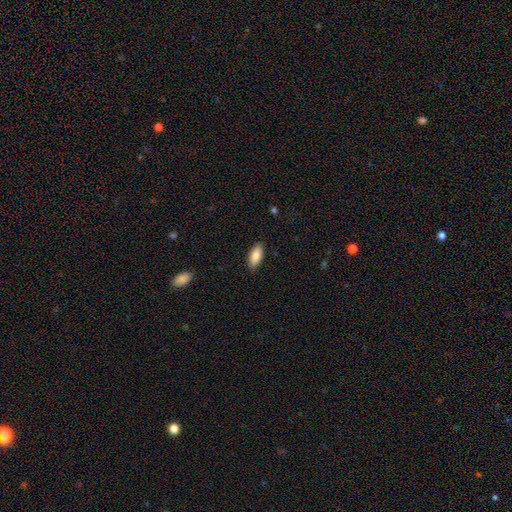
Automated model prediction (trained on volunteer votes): This appears to be a smooth galaxy with no disk features (85%) that is in between round and cigar-shaped (86%). Merging: none (88%).